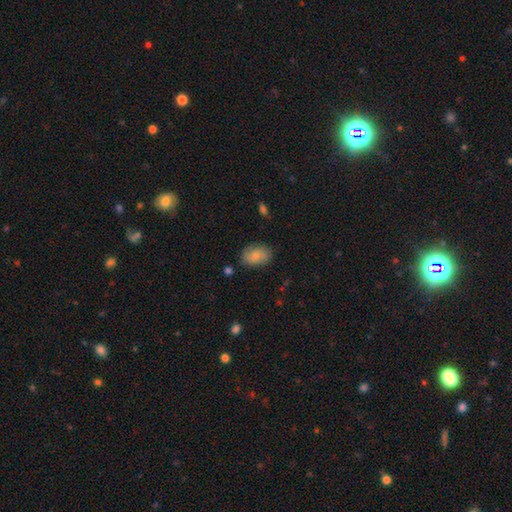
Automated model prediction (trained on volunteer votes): Morphology: type=smooth (78%); roundness=in between (83%); merging=none (76%).